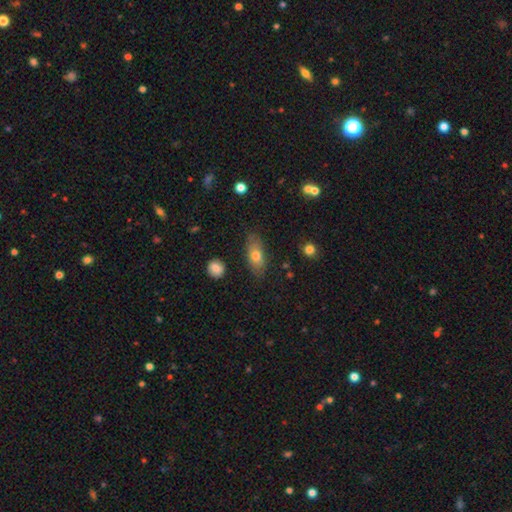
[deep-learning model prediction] Smooth or featured? Predicted: smooth (p=0.71). How rounded? Predicted: in between (p=0.80). Merging? Predicted: none (p=0.76).